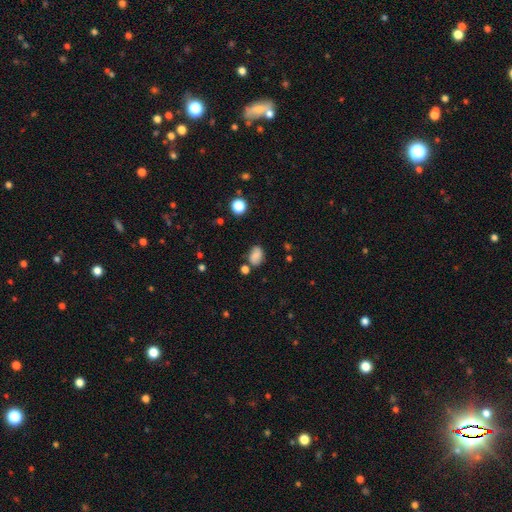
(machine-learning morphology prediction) A smooth galaxy with no disk features (80%) that is in between round and cigar-shaped (80%). Merging: none (66%).